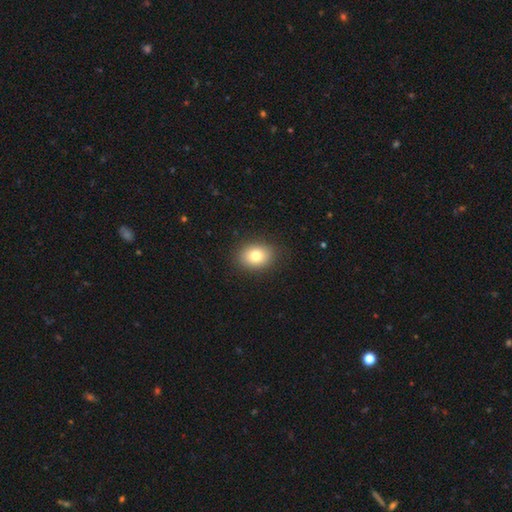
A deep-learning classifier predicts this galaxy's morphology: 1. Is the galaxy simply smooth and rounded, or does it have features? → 79% smooth, 11% featured or disk, 10% star or artifact.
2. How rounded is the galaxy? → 59% in between, 40% round, 1% cigar-shaped.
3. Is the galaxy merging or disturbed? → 88% none, 9% minor disturbance, 3% major disturbance, 1% merger.